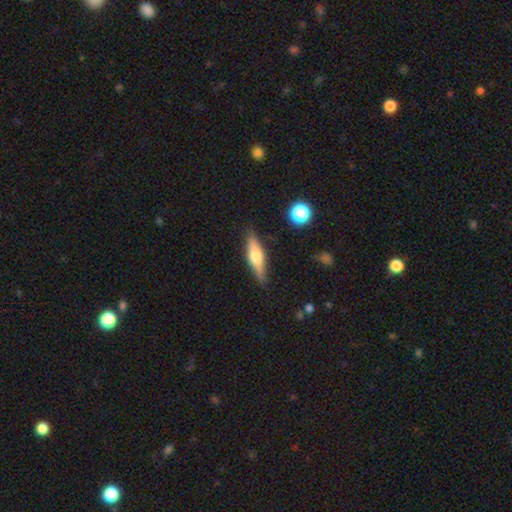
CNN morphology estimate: Overall: featured or disk (47%; smooth 46%). Merging: none (85%).